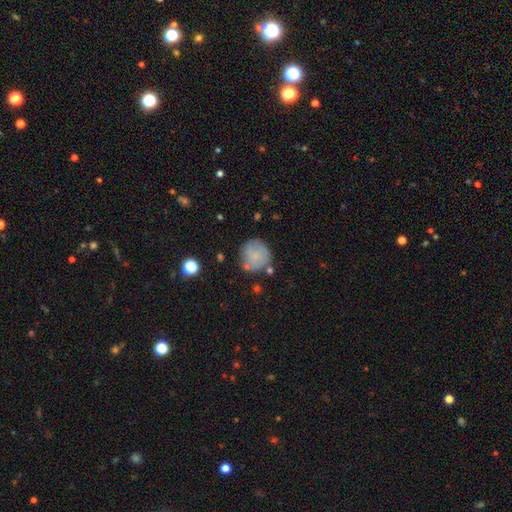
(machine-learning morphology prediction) Smooth or featured? Predicted: smooth (p=0.63). How rounded? Predicted: round (p=0.91). Merging? Predicted: none (p=0.67).